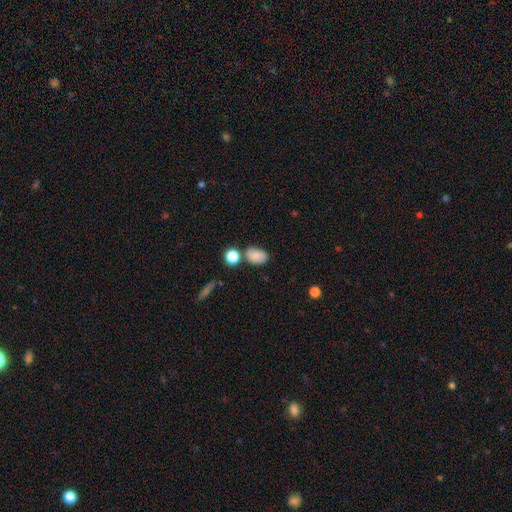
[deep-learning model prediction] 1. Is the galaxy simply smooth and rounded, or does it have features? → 81% smooth, 10% star or artifact, 9% featured or disk.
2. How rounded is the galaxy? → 82% in between, 16% round, 2% cigar-shaped.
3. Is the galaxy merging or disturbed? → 65% none, 18% minor disturbance, 12% merger, 5% major disturbance.